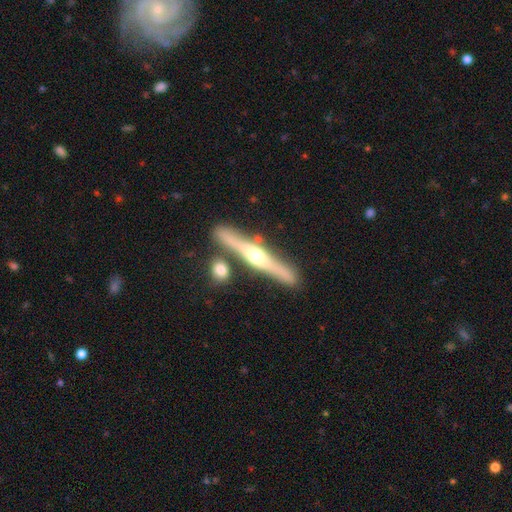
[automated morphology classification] Smooth or featured: featured or disk — 71% (smooth — 23%)
Edge-on disk: yes — 95% (no — 5%)
Edge-on bulge: rounded — 90% (none — 5%)
Merging: none — 79% (minor disturbance — 10%)